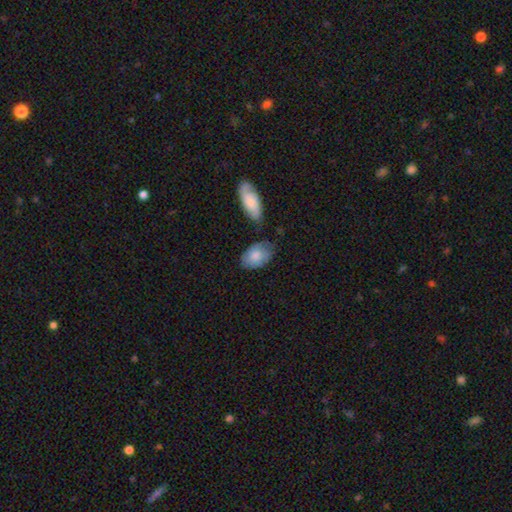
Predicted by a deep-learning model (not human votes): This is likely a smooth galaxy (78%). How rounded: clearly in between (89%). Merging: possibly none (58%).